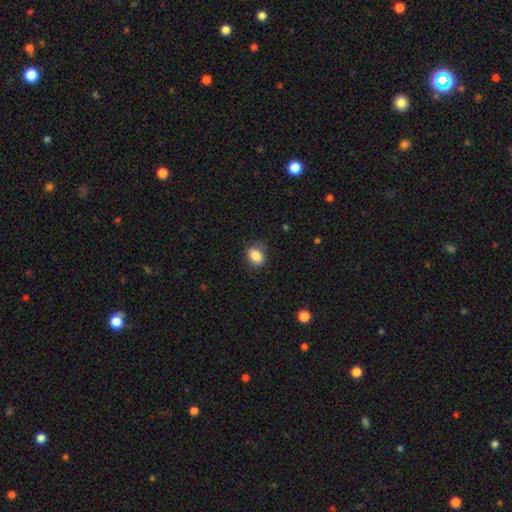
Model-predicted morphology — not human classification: A smooth galaxy with no disk features (87%) that is in between round and cigar-shaped (73%). Merging: none (79%).